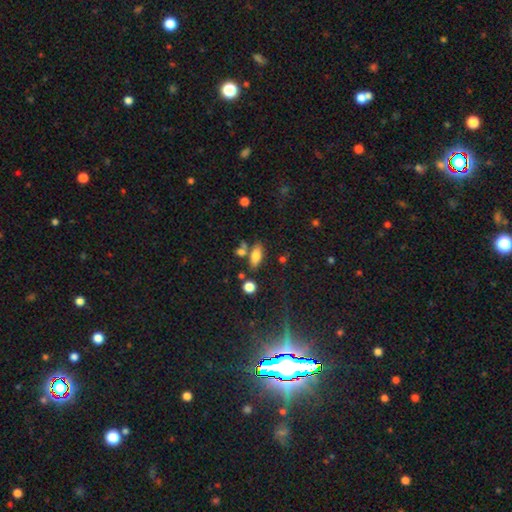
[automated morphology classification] Smooth or featured? Predicted: smooth (p=0.79). How rounded? Predicted: in between (p=0.80). Merging? Predicted: none (p=0.68).